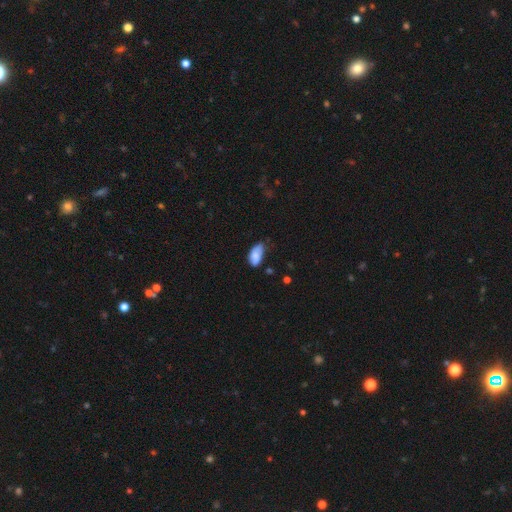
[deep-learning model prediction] smooth_or_featured: smooth (p=0.80) [alt: featured or disk p=0.12]
how_rounded: in between (p=0.93) [alt: round p=0.04]
merging: minor disturbance (p=0.44) [alt: none p=0.43]